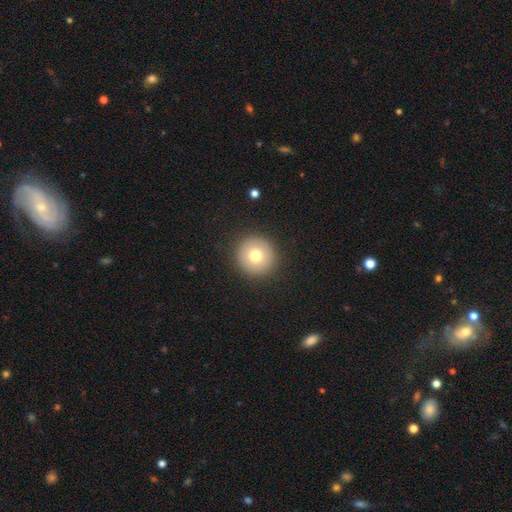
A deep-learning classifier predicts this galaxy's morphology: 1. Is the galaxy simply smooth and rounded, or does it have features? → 73% smooth, 17% featured or disk, 10% star or artifact.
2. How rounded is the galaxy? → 96% round, 4% in between, 1% cigar-shaped.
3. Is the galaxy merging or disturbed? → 91% none, 5% minor disturbance, 2% major disturbance, 1% merger.